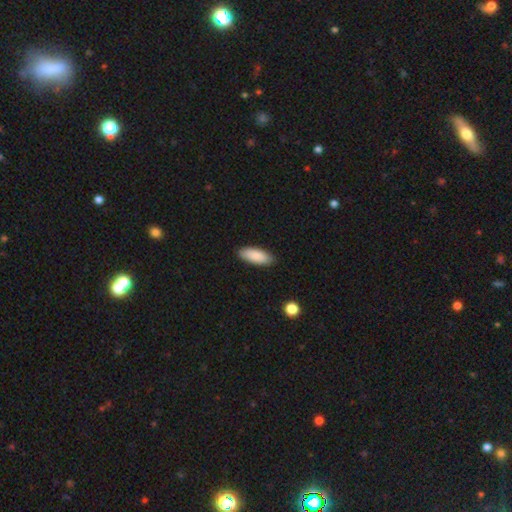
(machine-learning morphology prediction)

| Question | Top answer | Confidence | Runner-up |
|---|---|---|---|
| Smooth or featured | smooth | 88% | star or artifact (6%) |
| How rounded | in between | 78% | cigar-shaped (20%) |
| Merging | none | 88% | minor disturbance (10%) |